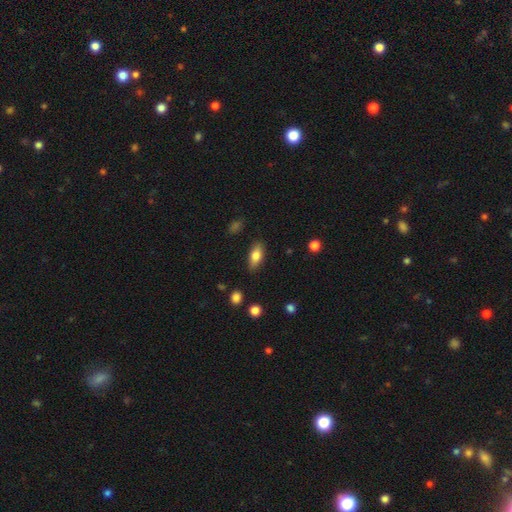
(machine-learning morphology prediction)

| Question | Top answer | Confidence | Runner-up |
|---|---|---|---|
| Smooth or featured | smooth | 79% | featured or disk (14%) |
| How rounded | in between | 83% | cigar-shaped (13%) |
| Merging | none | 85% | minor disturbance (11%) |